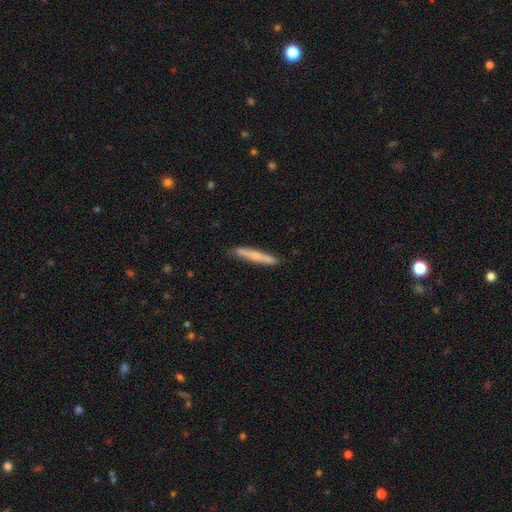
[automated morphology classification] smooth-or-featured: smooth: 50% | featured or disk: 44% | star or artifact: 6%
  merging: none: 86% | minor disturbance: 11% | major disturbance: 2% | merger: 1%